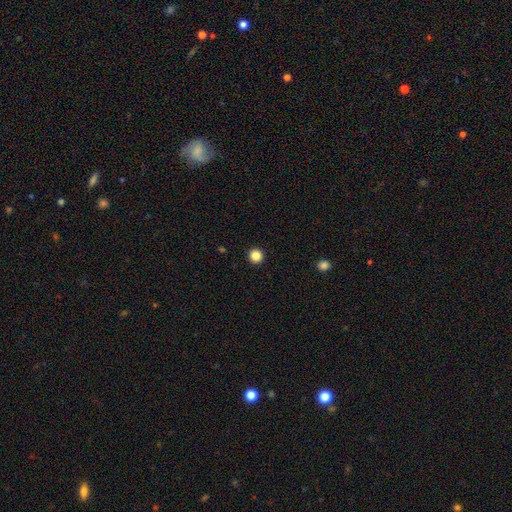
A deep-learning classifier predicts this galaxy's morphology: The model was most divided on "smooth or featured": smooth: 86%, star or artifact: 11%, featured or disk: 3%. More confident: how rounded — round (96%); merging — none (94%).